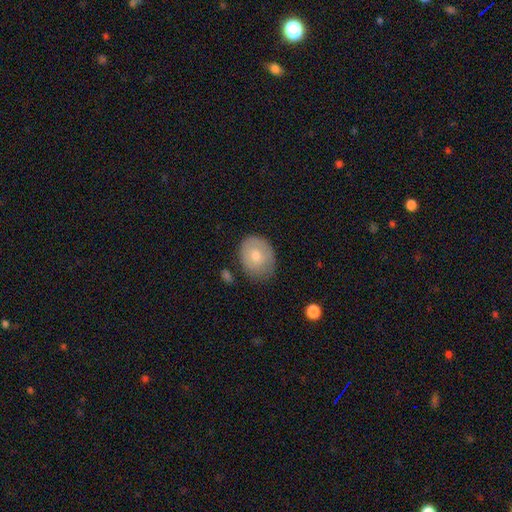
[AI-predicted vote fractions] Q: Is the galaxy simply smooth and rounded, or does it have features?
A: smooth — 69%.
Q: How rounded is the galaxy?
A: in between — 55%.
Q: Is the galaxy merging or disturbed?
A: none — 66%.